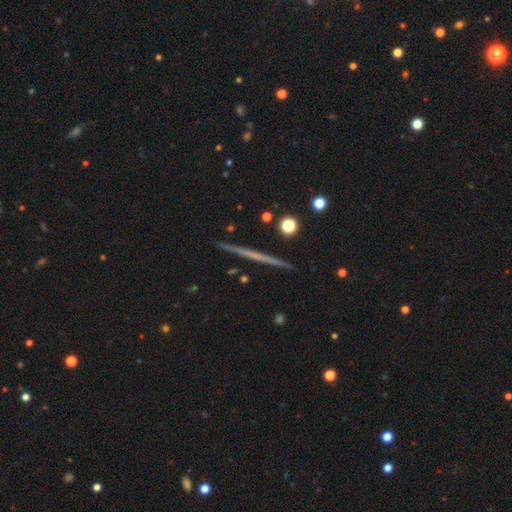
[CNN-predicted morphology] Smooth or featured? Predicted: featured or disk (p=0.66). Edge-on disk? Predicted: yes (p=0.98). Edge-on bulge? Predicted: none (p=0.85). Merging? Predicted: none (p=0.93).